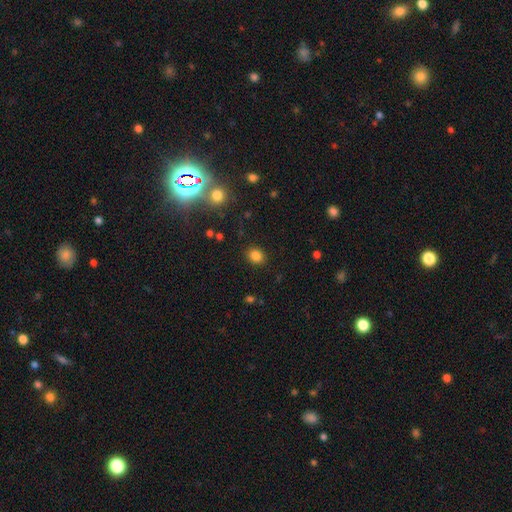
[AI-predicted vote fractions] smooth-or-featured: smooth: 82% | star or artifact: 13% | featured or disk: 5%
  how-rounded: round: 66% | in between: 33% | cigar-shaped: 1%
  merging: none: 89% | minor disturbance: 7% | major disturbance: 3% | merger: 2%